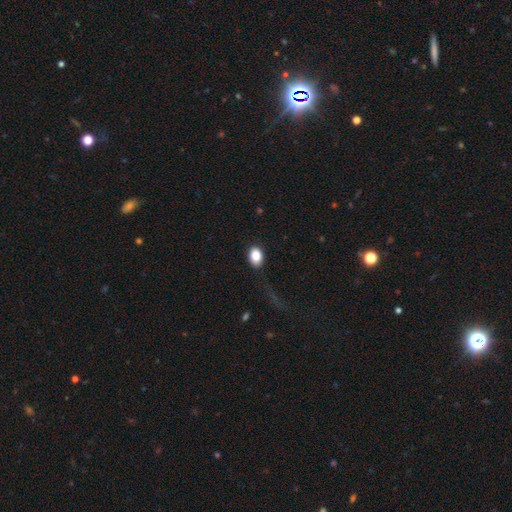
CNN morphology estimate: smooth-or-featured: smooth: 85% | star or artifact: 9% | featured or disk: 7%
  how-rounded: in between: 74% | round: 25% | cigar-shaped: 1%
  merging: none: 84% | minor disturbance: 10% | major disturbance: 4% | merger: 1%